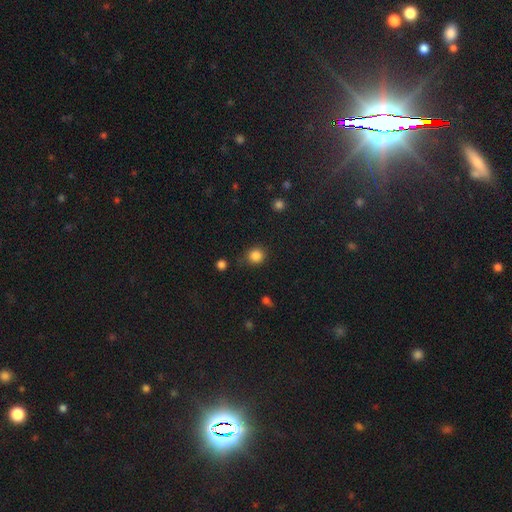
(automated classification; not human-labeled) This appears to be a smooth galaxy with no disk features (85%) that is round (89%). Merging: none (80%).